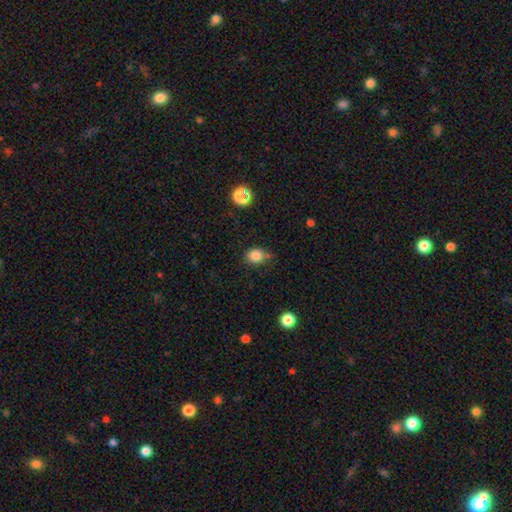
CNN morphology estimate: smooth-or-featured: smooth: 83% | star or artifact: 11% | featured or disk: 5%
  how-rounded: round: 62% | in between: 37% | cigar-shaped: 1%
  merging: none: 67% | minor disturbance: 22% | merger: 6% | major disturbance: 5%